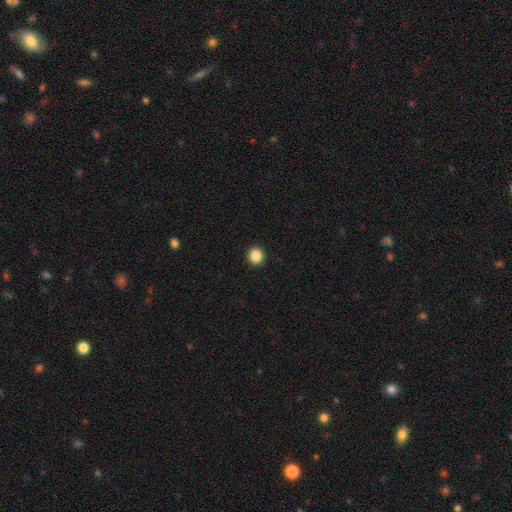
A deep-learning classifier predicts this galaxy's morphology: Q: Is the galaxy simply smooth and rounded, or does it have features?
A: smooth — 87%.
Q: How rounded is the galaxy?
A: round — 89%.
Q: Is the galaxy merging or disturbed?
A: none — 94%.